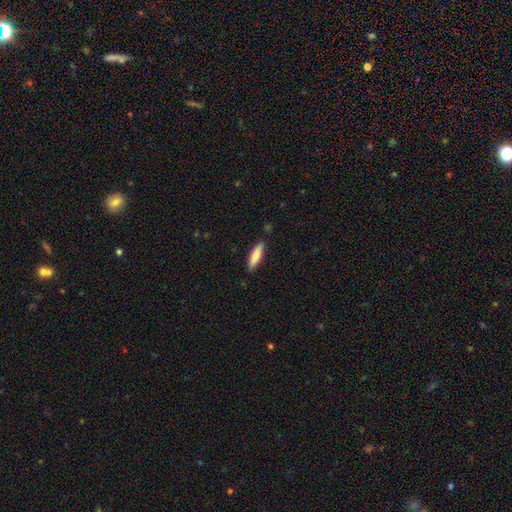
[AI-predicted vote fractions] This appears to be a smooth galaxy with no disk features (84%) that is cigar-shaped (67%). Merging: none (85%).